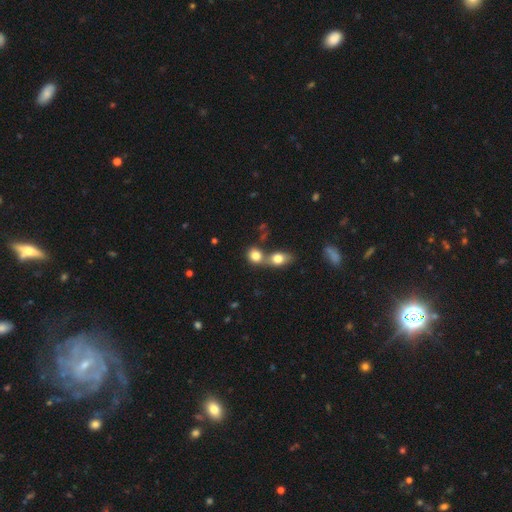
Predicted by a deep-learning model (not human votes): smooth 80%, featured or disk 10%, star or artifact 10%. Down the decision tree: how rounded — round (63%); merging — merger (55%).